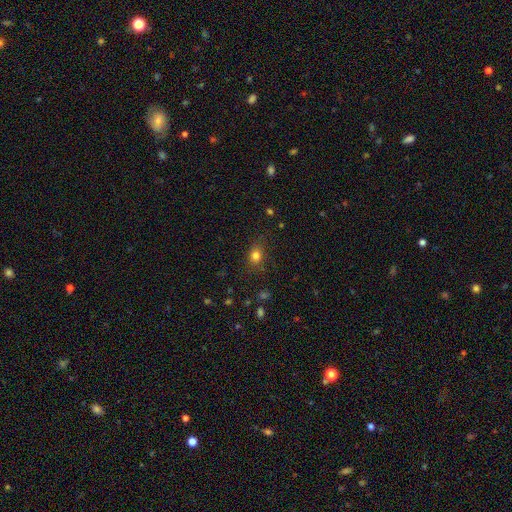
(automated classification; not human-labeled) This appears to be a smooth galaxy with no disk features (79%) that is in between round and cigar-shaped (49%, tied with round). Merging: none (80%).